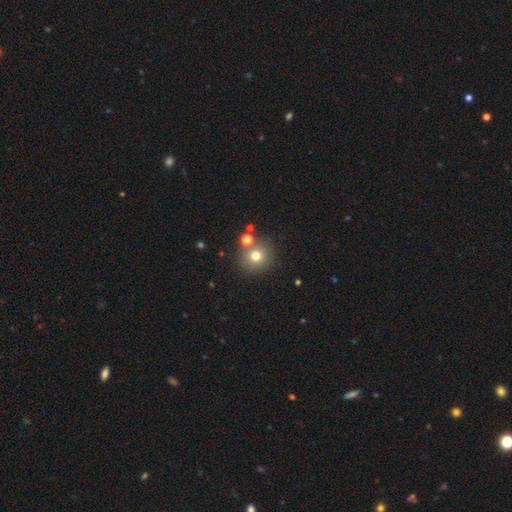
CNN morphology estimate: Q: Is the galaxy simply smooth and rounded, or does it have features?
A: smooth — 74%.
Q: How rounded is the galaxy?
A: round — 90%.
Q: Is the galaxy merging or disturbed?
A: none — 76%.